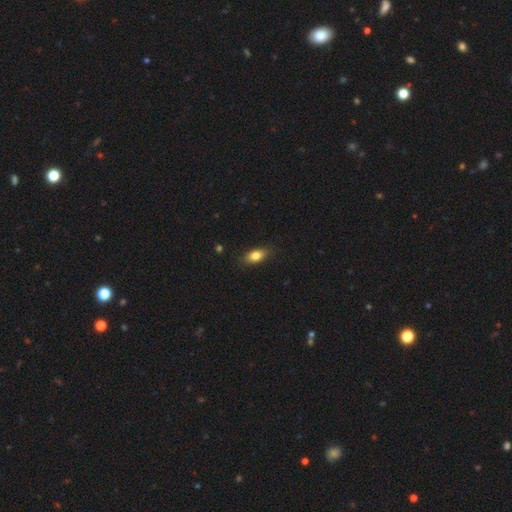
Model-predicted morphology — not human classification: Smooth or featured?
  - smooth: 80% *
  - featured or disk: 12%
  - star or artifact: 8%
How rounded?
  - in between: 84% *
  - cigar-shaped: 10%
  - round: 6%
Merging?
  - none: 85% *
  - minor disturbance: 11%
  - major disturbance: 2%
  - merger: 1%